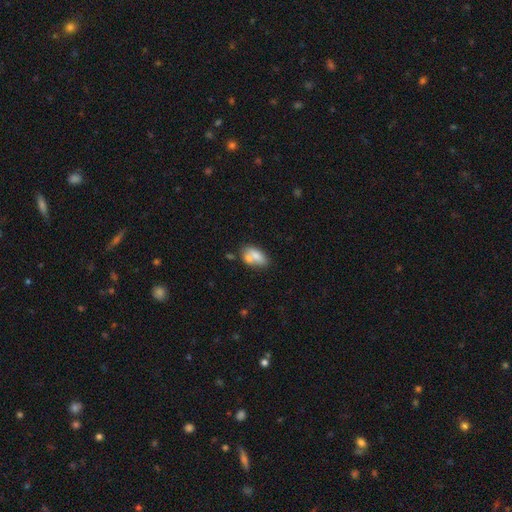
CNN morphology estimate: Smooth or featured?
  - smooth: 71% *
  - featured or disk: 21%
  - star or artifact: 8%
How rounded?
  - in between: 87% *
  - round: 7%
  - cigar-shaped: 6%
Merging?
  - none: 42% *
  - merger: 36%
  - minor disturbance: 16%
  - major disturbance: 6%